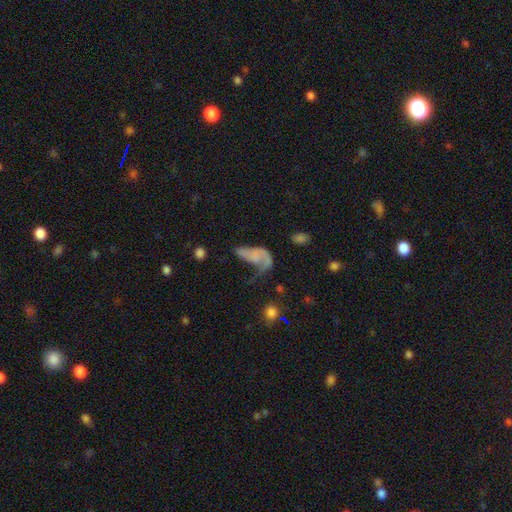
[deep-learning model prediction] Smooth or featured: featured or disk — 48% (smooth — 40%)
Merging: major disturbance — 53% (none — 20%)